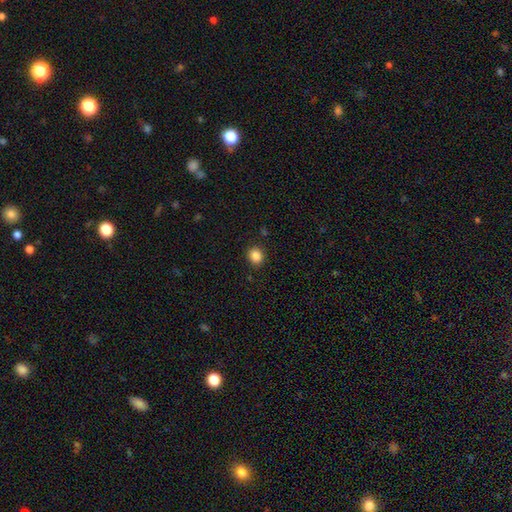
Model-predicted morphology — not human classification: A smooth galaxy with no disk features (86%) that is round (79%). Merging: none (90%).